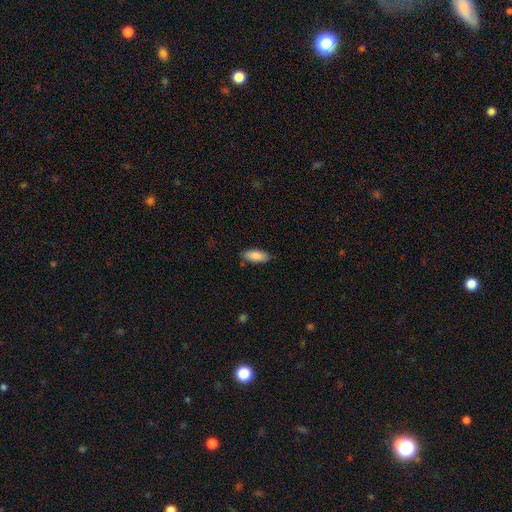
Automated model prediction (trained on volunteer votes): smooth 87%, featured or disk 7%, star or artifact 6%. Down the decision tree: how rounded — in between (81%); merging — none (84%).